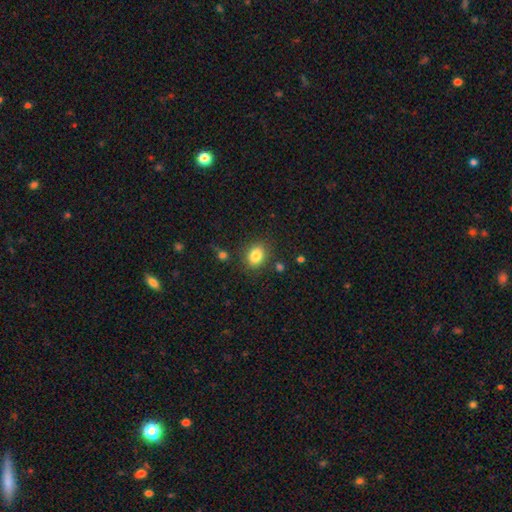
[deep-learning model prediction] A smooth galaxy with no disk features (84%) that is in between round and cigar-shaped (55%). Merging: none (82%).